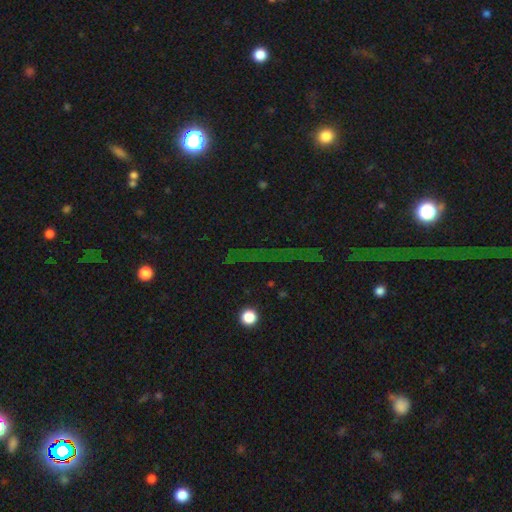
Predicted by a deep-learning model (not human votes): smooth_or_featured: star or artifact (p=0.74) [alt: smooth p=0.14]